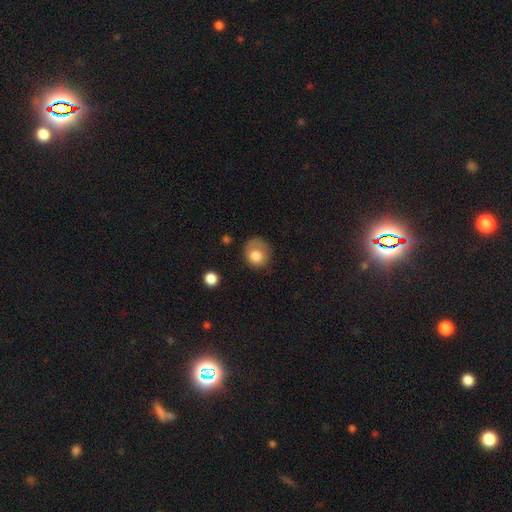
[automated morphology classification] Q: Smooth or featured?
A: smooth (77%); runner-up: featured or disk (14%)
Q: How rounded?
A: round (76%); runner-up: in between (23%)
Q: Merging?
A: none (49%); runner-up: minor disturbance (29%)